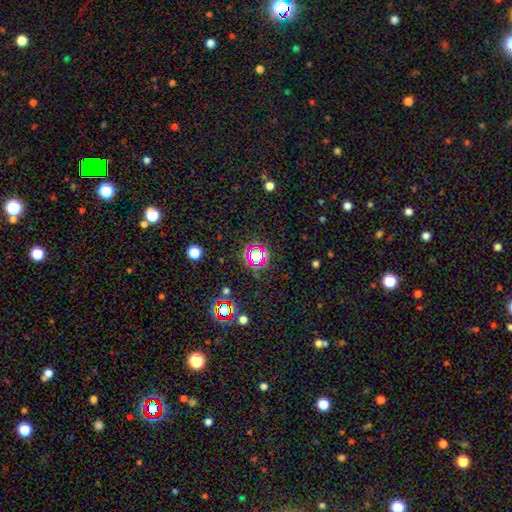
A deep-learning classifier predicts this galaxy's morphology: Smooth or featured? Predicted: star or artifact (p=0.65).